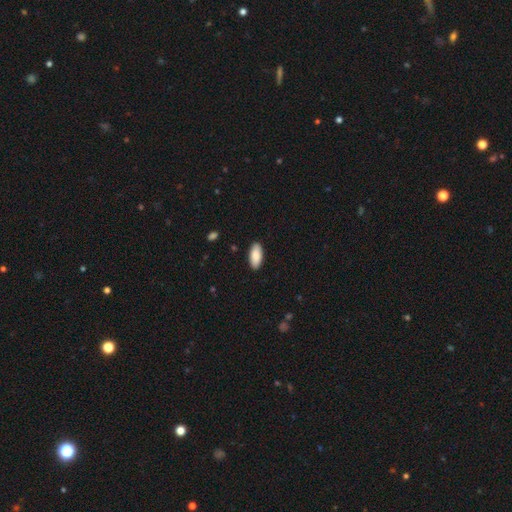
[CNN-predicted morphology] The model was most divided on "how rounded": in between: 90%, cigar-shaped: 8%, round: 2%. More confident: merging — none (90%); smooth or featured — smooth (89%).